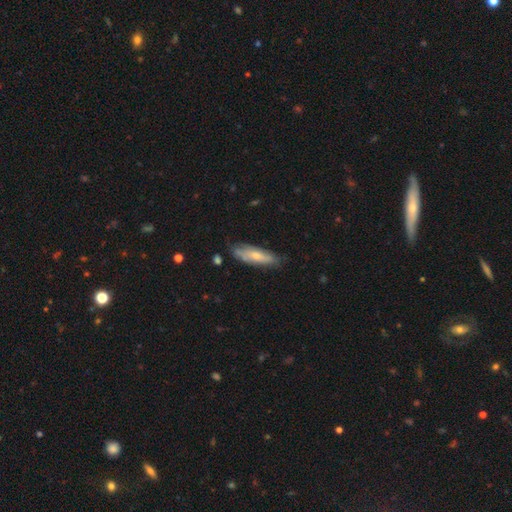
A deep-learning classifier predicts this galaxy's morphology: A smooth galaxy with no disk features (58%) that is cigar-shaped (51%). Merging: none (68%).